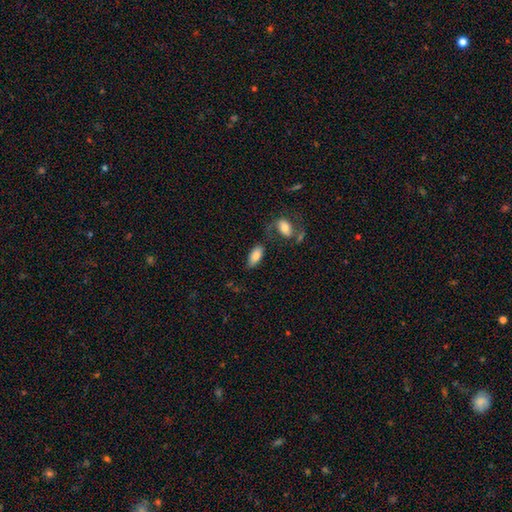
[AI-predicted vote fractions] Smooth or featured: smooth — 80% (featured or disk — 13%)
How rounded: in between — 91% (cigar-shaped — 7%)
Merging: none — 68% (minor disturbance — 15%)